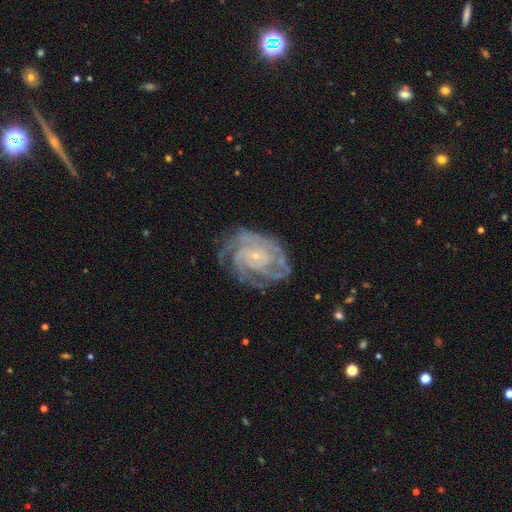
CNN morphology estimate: smooth-or-featured: featured or disk: 90% | star or artifact: 5% | smooth: 5%
  disk-edge-on: no: 97% | yes: 3%
    bar: no: 72% | weak: 21% | strong: 7%
    has-spiral-arms: yes: 98% | no: 2%
      spiral-winding: tight: 71% | medium: 25% | loose: 4%
      spiral-arm-count: 4: 26% (tied) | 3: 26% (tied) | can't tell: 18% | 2: 15% | more than 4: 8% | 1: 6%
    bulge-size: small: 84% | moderate: 11% | none: 3% | large: 1% | dominant: 1%
  merging: none: 71% | minor disturbance: 19% | major disturbance: 9% | merger: 1%